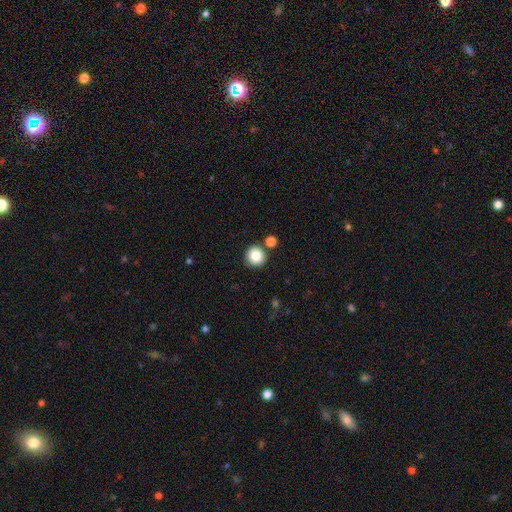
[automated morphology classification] smooth-or-featured: smooth: 86% | star or artifact: 10% | featured or disk: 5%
  how-rounded: round: 94% | in between: 5% | cigar-shaped: 1%
  merging: none: 82% | merger: 9% | minor disturbance: 7% | major disturbance: 2%